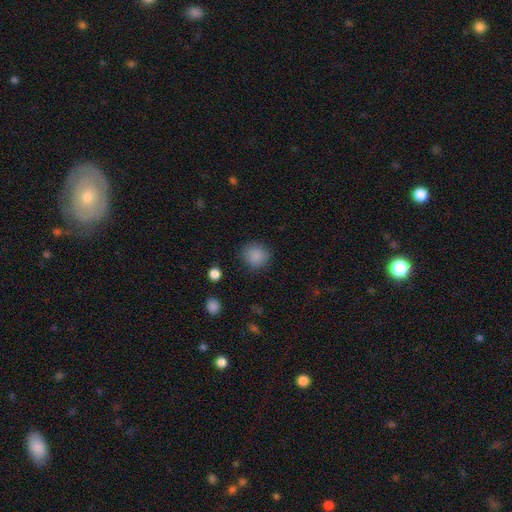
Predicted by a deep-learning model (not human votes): This is clearly a smooth galaxy (87%). How rounded: clearly round (90%). Merging: clearly none (87%).